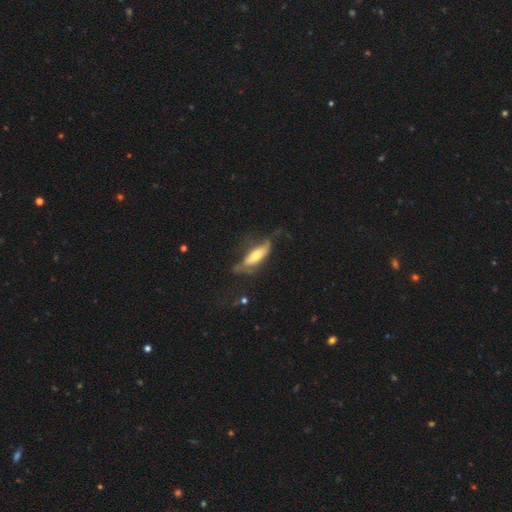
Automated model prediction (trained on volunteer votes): This is possibly a featured or disk galaxy (52%). It is likely not viewed edge-on (60%). Merging: marginally none (42%).